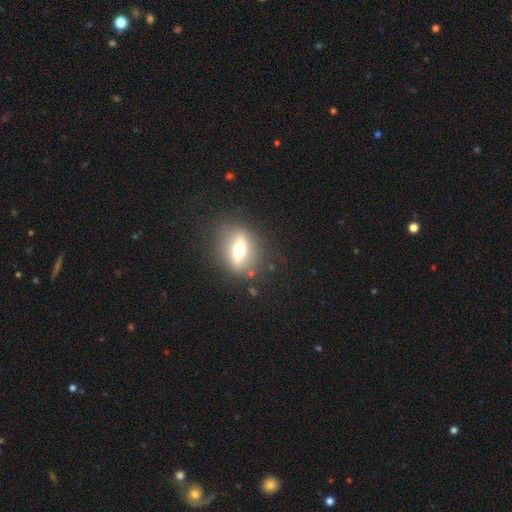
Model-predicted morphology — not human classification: A featured or disk galaxy (46%). Merging: none (82%).